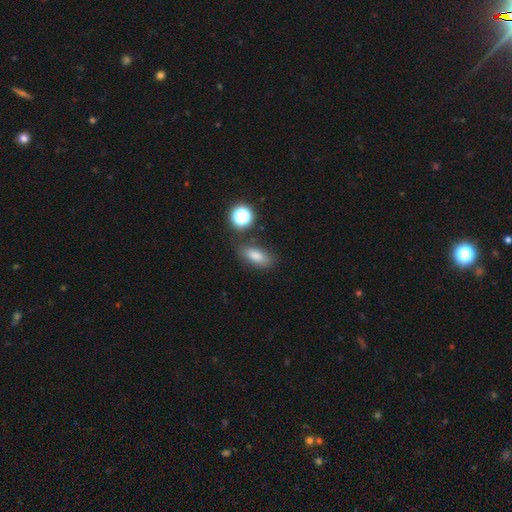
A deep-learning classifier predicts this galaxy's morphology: A smooth galaxy with no disk features (80%) that is in between round and cigar-shaped (82%). Merging: none (74%).